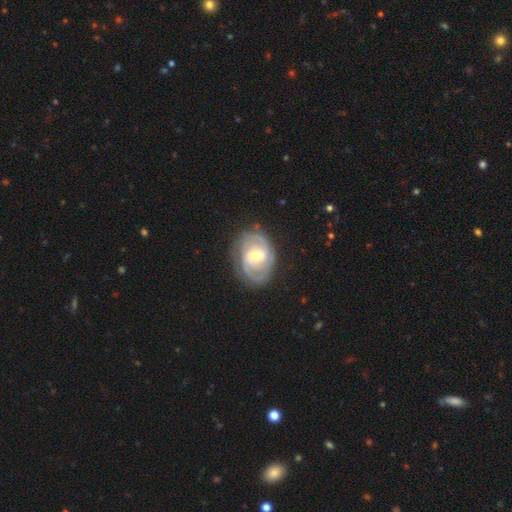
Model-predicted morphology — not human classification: The model was most divided on "bar": weak: 50%, no: 36%, strong: 14%. More confident: edge-on disk — no (98%); spiral arms — yes (96%); smooth or featured — featured or disk (87%); merging — none (78%); spiral winding — tight (63%); bulge size — moderate (55%); spiral arm count — 2 (52%).